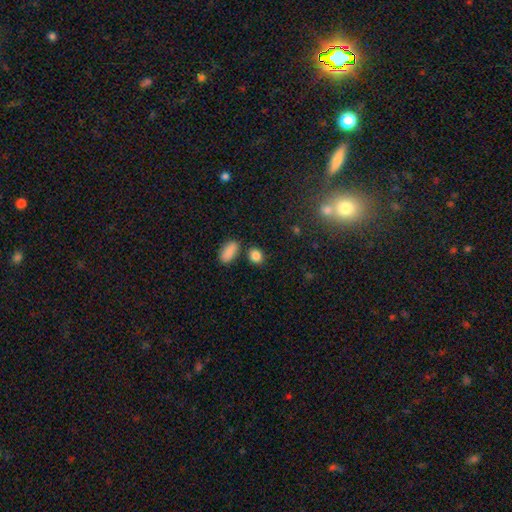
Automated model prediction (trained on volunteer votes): A smooth galaxy with no disk features (86%) that is in between round and cigar-shaped (54%). Merging: none (78%).